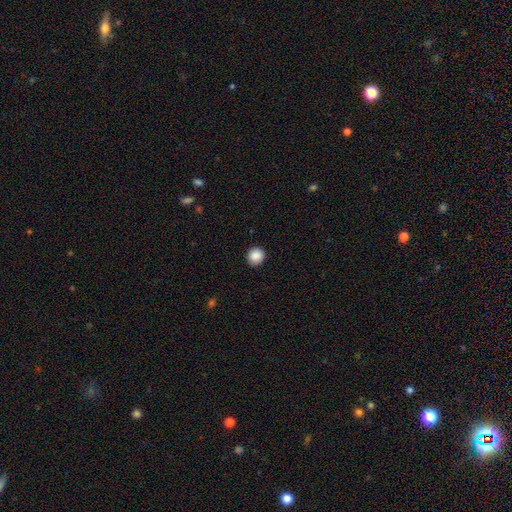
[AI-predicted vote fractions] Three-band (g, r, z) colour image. It shows a smooth galaxy with no disk features (89%) that is round (92%). Merging: none (92%).